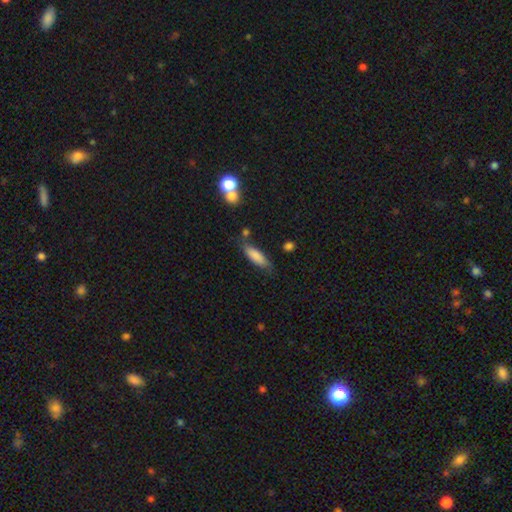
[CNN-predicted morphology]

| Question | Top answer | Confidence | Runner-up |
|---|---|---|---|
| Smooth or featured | smooth | 82% | featured or disk (11%) |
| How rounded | in between | 51% | cigar-shaped (47%) |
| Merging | none | 69% | minor disturbance (21%) |